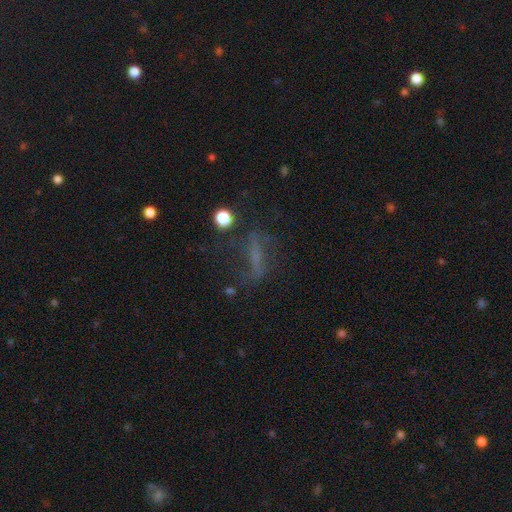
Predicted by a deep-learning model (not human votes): featured or disk 41%, smooth 33%, star or artifact 26%. Down the decision tree: merging — none (49%).